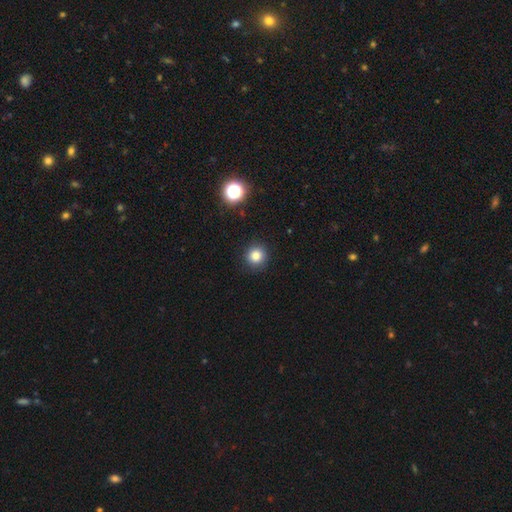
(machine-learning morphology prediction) A smooth galaxy with no disk features (81%) that is round (93%). Merging: none (91%).